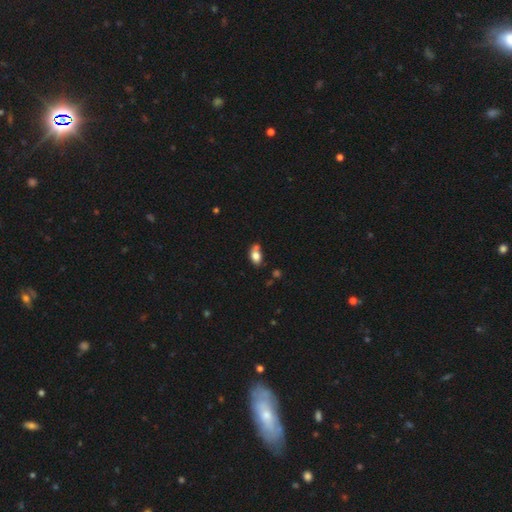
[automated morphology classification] This appears to be a smooth galaxy with no disk features (79%) that is in between round and cigar-shaped (84%). Merging: none (47%).